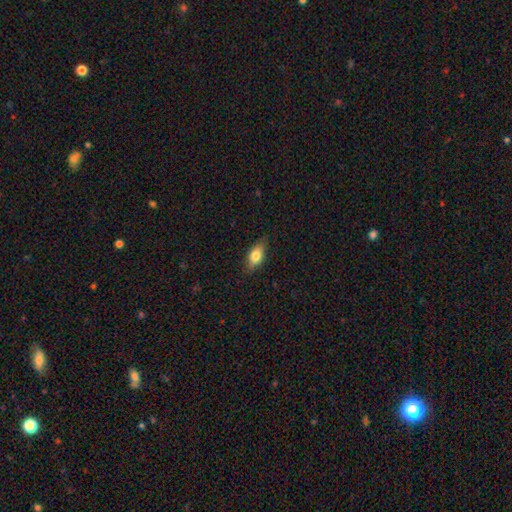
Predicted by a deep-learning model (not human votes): Smooth or featured?
  - smooth: 77% *
  - featured or disk: 15%
  - star or artifact: 7%
How rounded?
  - in between: 85% *
  - cigar-shaped: 9%
  - round: 6%
Merging?
  - none: 81% *
  - minor disturbance: 15%
  - major disturbance: 3%
  - merger: 1%